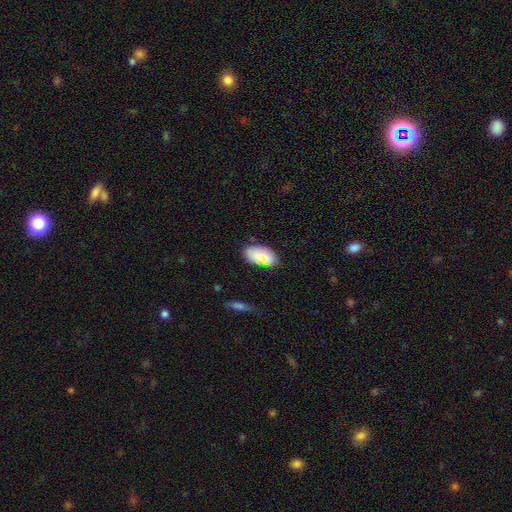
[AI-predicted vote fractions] Smooth or featured?
  - smooth: 74% *
  - star or artifact: 13%
  - featured or disk: 13%
How rounded?
  - in between: 93% *
  - round: 5%
  - cigar-shaped: 3%
Merging?
  - none: 76% *
  - minor disturbance: 17%
  - major disturbance: 4%
  - merger: 3%